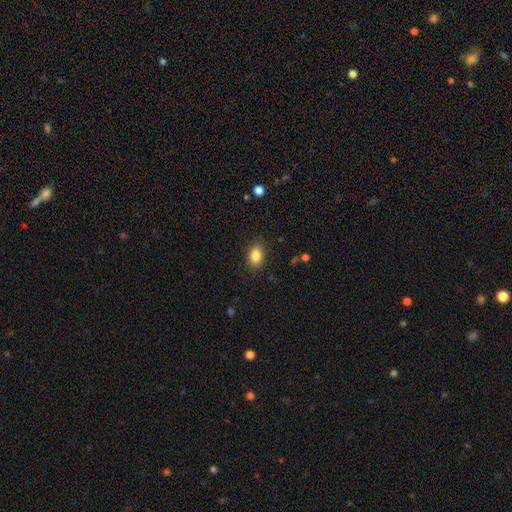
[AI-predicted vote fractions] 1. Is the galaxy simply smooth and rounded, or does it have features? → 85% smooth, 9% star or artifact, 6% featured or disk.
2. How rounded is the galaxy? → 82% in between, 16% round, 1% cigar-shaped.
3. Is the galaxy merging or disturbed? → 86% none, 10% minor disturbance, 3% major disturbance, 1% merger.